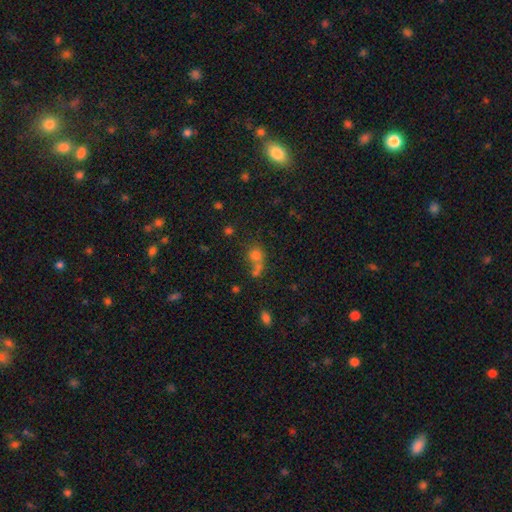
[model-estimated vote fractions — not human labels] Q: Smooth or featured?
A: smooth (71%); runner-up: star or artifact (17%)
Q: How rounded?
A: round (74%); runner-up: in between (25%)
Q: Merging?
A: merger (45%); runner-up: none (37%)